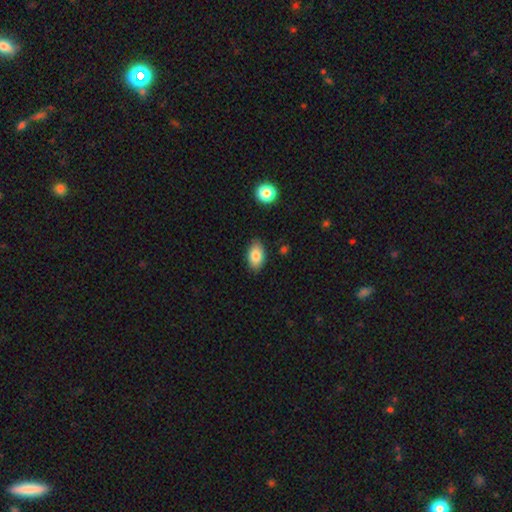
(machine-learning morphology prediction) This appears to be a smooth galaxy with no disk features (84%) that is in between round and cigar-shaped (93%). Merging: none (84%).